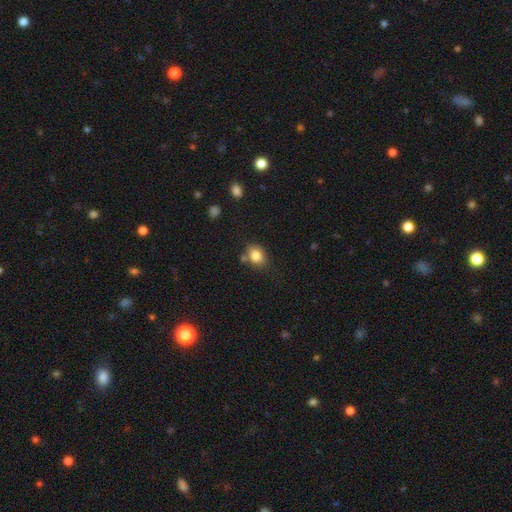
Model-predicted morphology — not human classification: Smooth or featured: smooth — 82% (star or artifact — 10%)
How rounded: in between — 50% (round — 49%)
Merging: none — 68% (minor disturbance — 17%)